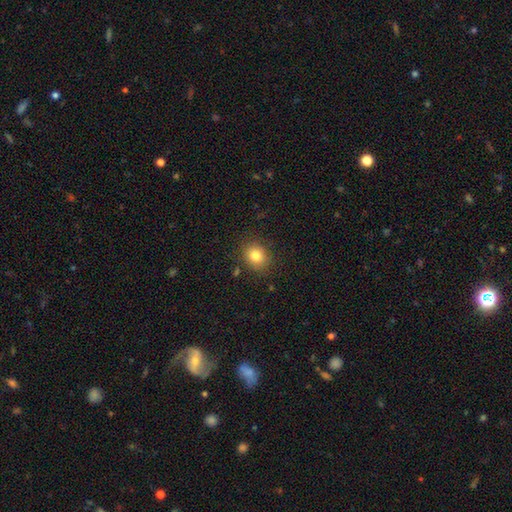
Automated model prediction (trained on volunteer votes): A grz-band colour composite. It shows a smooth galaxy with no disk features (81%) that is round (66%). Merging: none (85%).